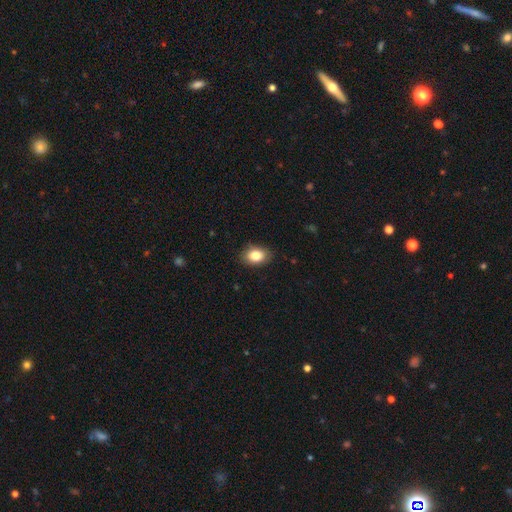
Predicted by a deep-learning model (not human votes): Smooth or featured? smooth (84%)
How rounded? in between (80%)
Merging? none (86%)